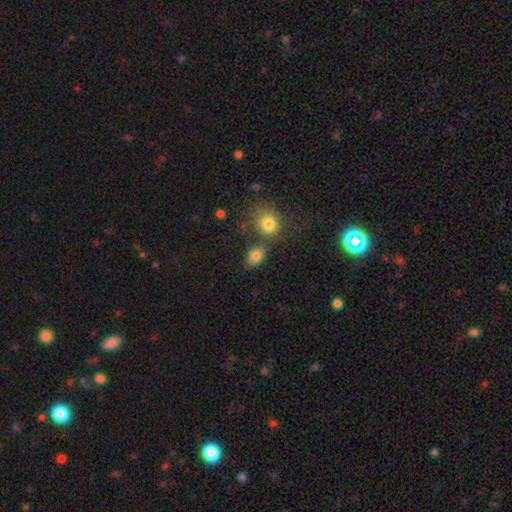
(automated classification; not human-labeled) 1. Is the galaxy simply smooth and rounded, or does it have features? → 82% smooth, 10% star or artifact, 8% featured or disk.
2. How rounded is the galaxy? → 76% in between, 22% round, 2% cigar-shaped.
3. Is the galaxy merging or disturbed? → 65% none, 18% merger, 13% minor disturbance, 4% major disturbance.